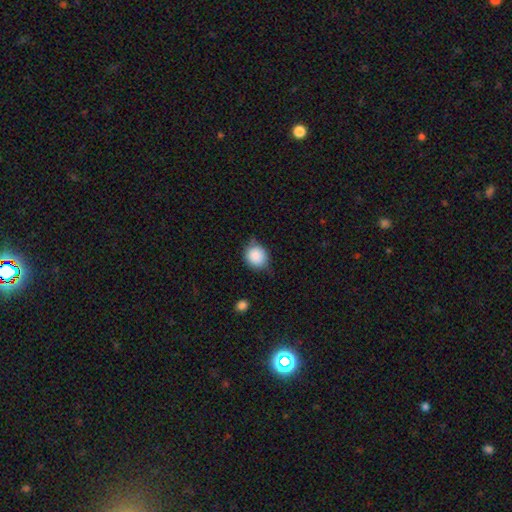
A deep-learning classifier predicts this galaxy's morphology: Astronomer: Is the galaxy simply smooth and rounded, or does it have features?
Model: smooth — 85%.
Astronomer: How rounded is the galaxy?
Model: round — 73%.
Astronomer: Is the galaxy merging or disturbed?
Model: none — 63%.